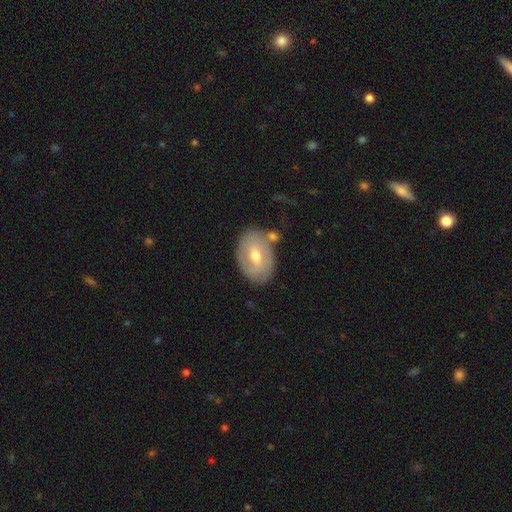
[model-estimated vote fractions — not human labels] Smooth or featured? featured or disk (62%)
Edge-on disk? no (94%)
Bar? weak (52%)
Spiral arms? yes (63%)
Bulge size? moderate (71%)
Merging? none (71%)